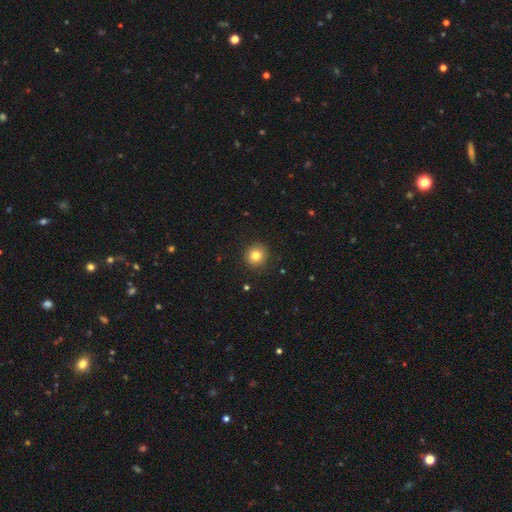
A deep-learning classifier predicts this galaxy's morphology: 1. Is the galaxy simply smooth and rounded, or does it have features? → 81% smooth, 12% star or artifact, 8% featured or disk.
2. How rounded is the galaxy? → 93% round, 6% in between, 1% cigar-shaped.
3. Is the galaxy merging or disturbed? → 91% none, 6% minor disturbance, 2% major disturbance, 1% merger.